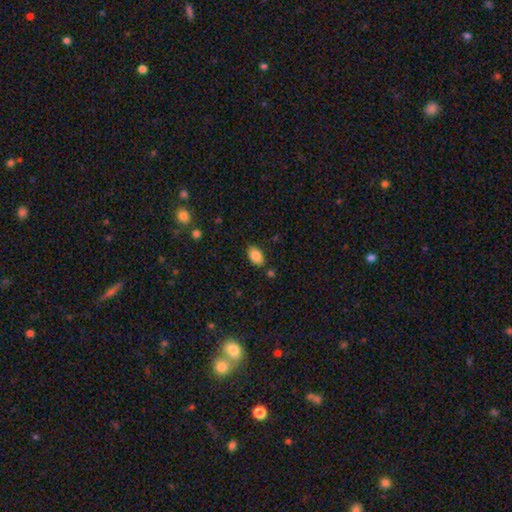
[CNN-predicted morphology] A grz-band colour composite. It shows a smooth galaxy with no disk features (86%) that is in between round and cigar-shaped (92%). Merging: none (82%).